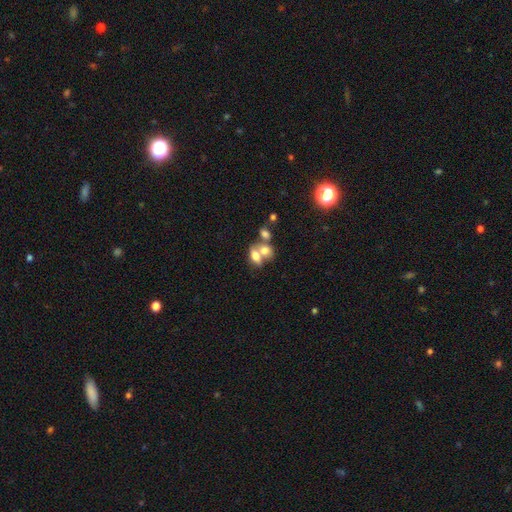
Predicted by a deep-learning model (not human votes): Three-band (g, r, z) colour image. It shows a smooth galaxy with no disk features (70%) that is in between round and cigar-shaped (77%). Merging: merger (64%).